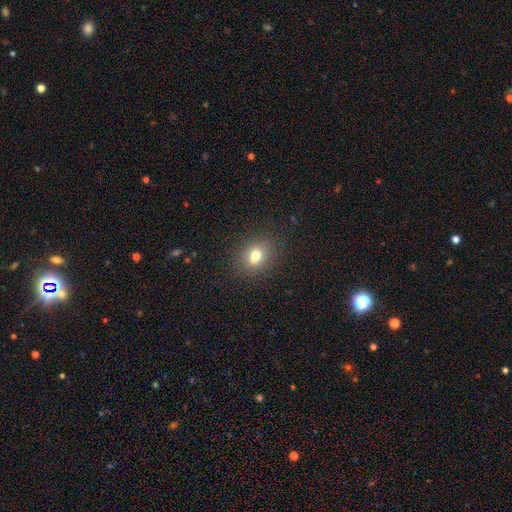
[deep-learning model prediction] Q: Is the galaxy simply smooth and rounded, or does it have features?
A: smooth — 71%.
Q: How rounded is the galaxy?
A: round — 57%.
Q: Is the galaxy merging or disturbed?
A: none — 68%.